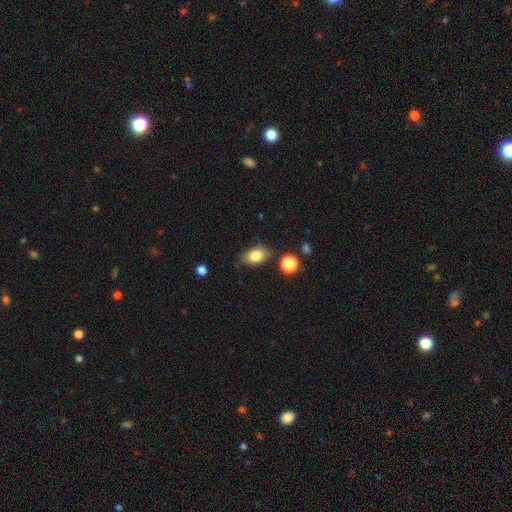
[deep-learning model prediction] smooth-or-featured: smooth: 82% | featured or disk: 9% | star or artifact: 9%
  how-rounded: in between: 87% | round: 11% | cigar-shaped: 2%
  merging: none: 78% | minor disturbance: 16% | merger: 4% | major disturbance: 3%